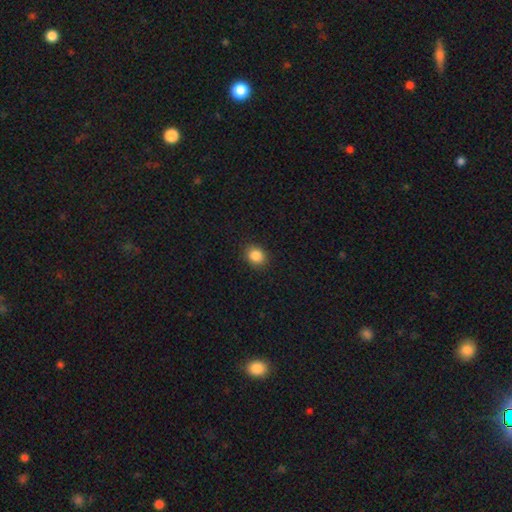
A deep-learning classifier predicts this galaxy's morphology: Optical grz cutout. It shows a smooth galaxy with no disk features (86%) that is round (62%). Merging: none (90%).